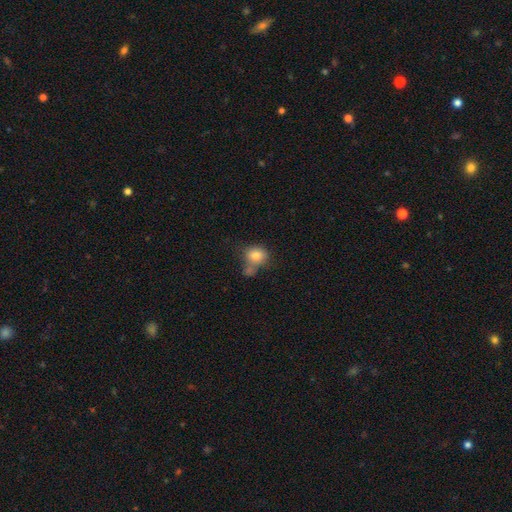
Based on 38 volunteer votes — This appears to be a smooth galaxy with no disk features (82%) that is round (52%). Merging: none (61%).